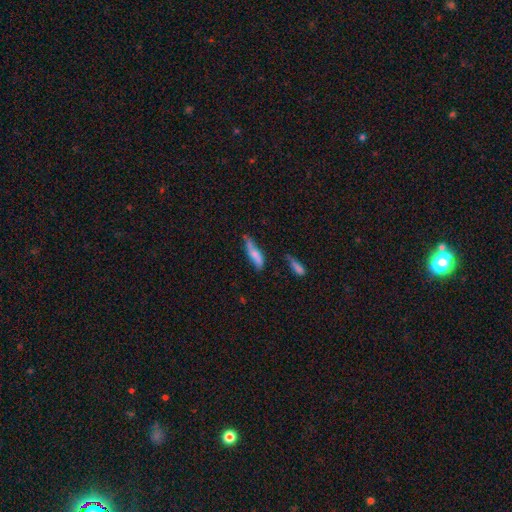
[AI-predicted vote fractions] Morphology: type=smooth (58%); roundness=cigar-shaped (66%); merging=none (49%).